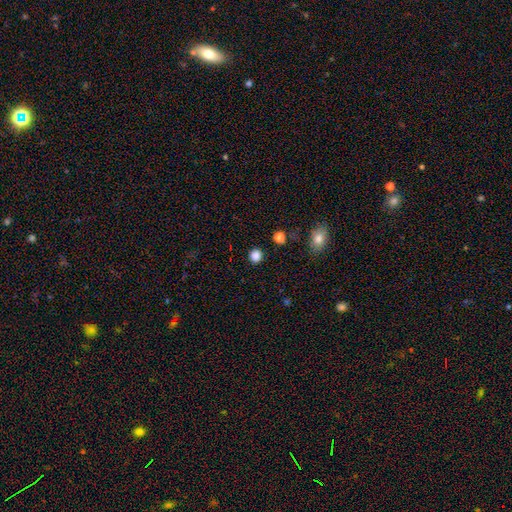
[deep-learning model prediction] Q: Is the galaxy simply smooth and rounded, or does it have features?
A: smooth — 85%.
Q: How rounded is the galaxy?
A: round — 86%.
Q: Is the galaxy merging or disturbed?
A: none — 90%.